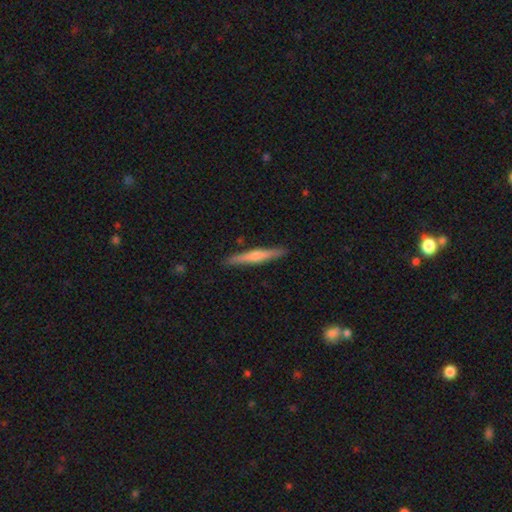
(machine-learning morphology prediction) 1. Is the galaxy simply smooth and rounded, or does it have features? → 59% featured or disk, 35% smooth, 6% star or artifact.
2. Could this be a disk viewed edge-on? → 97% yes, 3% no.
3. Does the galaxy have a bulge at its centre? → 76% rounded, 18% none, 6% boxy.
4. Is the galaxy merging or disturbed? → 91% none, 7% minor disturbance, 1% major disturbance, 1% merger.